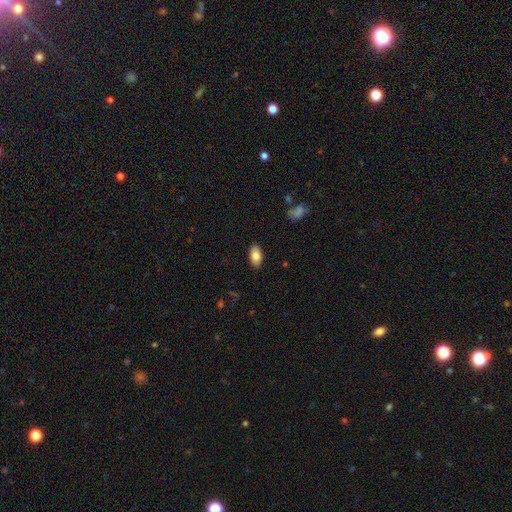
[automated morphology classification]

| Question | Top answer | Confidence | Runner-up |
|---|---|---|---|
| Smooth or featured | smooth | 82% | featured or disk (11%) |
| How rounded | in between | 93% | round (4%) |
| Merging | none | 88% | minor disturbance (9%) |